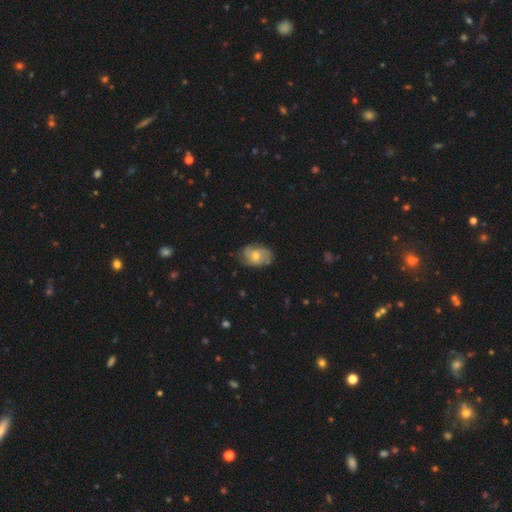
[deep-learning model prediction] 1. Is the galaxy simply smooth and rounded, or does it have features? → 55% featured or disk, 37% smooth, 8% star or artifact.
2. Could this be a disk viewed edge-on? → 96% no, 4% yes.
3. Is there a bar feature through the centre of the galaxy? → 61% no, 33% weak, 6% strong.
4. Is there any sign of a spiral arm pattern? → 80% yes, 20% no.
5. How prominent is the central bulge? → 61% moderate, 33% small, 3% large, 2% none, 1% dominant.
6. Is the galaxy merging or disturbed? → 69% none, 23% minor disturbance, 6% major disturbance, 1% merger.